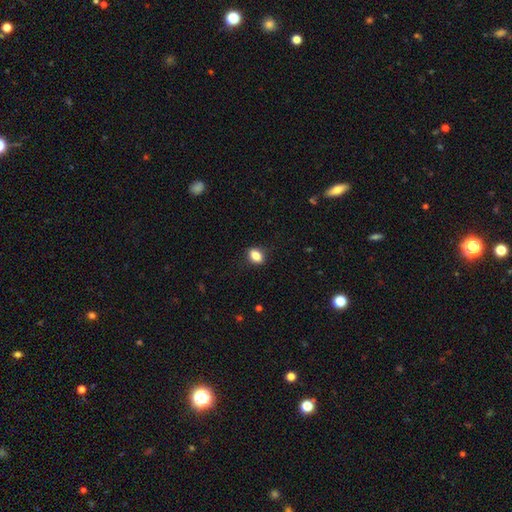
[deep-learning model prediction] Q: Smooth or featured?
A: smooth (84%); runner-up: star or artifact (9%)
Q: How rounded?
A: in between (77%); runner-up: round (21%)
Q: Merging?
A: none (86%); runner-up: minor disturbance (11%)